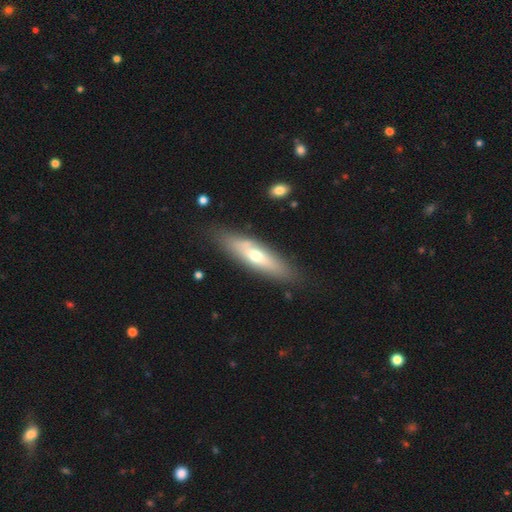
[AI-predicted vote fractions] smooth_or_featured: featured or disk (p=0.47) [alt: smooth p=0.46]
merging: none (p=0.82) [alt: minor disturbance p=0.12]